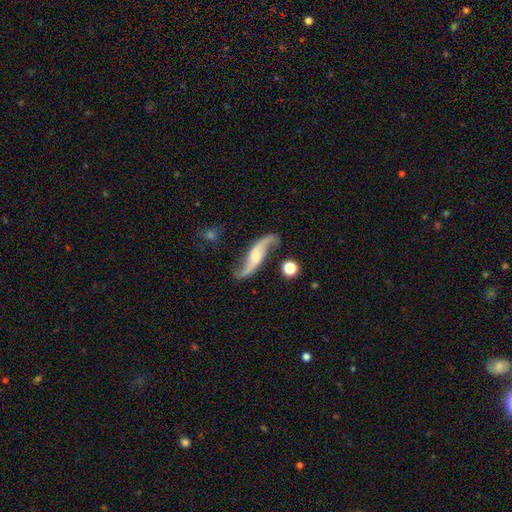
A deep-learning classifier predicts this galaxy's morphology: type=featured or disk (88%); edge-on=no (92%); bar=no (46%); spiral arms=yes (97%); winding=loose (88%); arm count=2 (94%); bulge=moderate (31%); merging=none (77%).